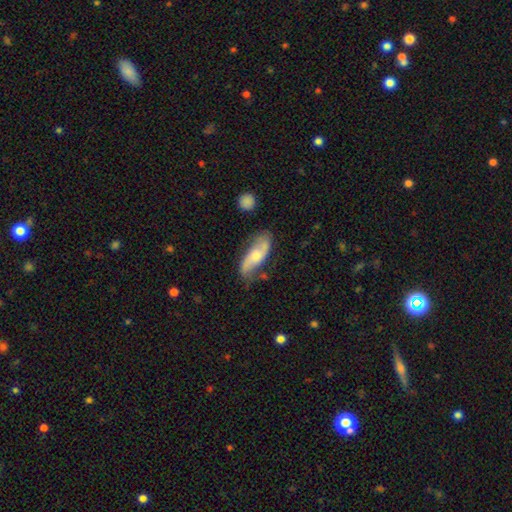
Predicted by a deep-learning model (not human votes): Smooth or featured?
  - featured or disk: 57% *
  - smooth: 37%
  - star or artifact: 6%
Edge-on disk?
  - no: 85% *
  - yes: 15%
Merging?
  - none: 64% *
  - minor disturbance: 24%
  - major disturbance: 8%
  - merger: 4%